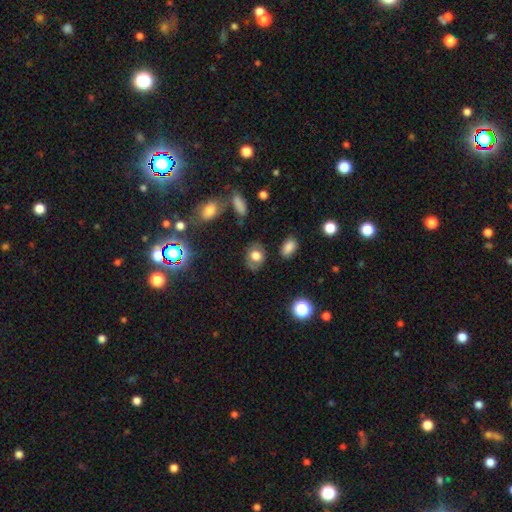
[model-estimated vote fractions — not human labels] Morphology: type=smooth (68%); roundness=in between (60%); merging=none (74%).